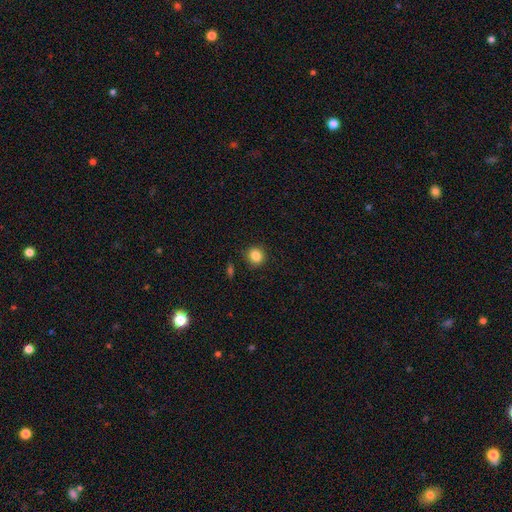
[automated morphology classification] Overall: smooth (85%). How rounded: round (91%). Merging: none (88%).